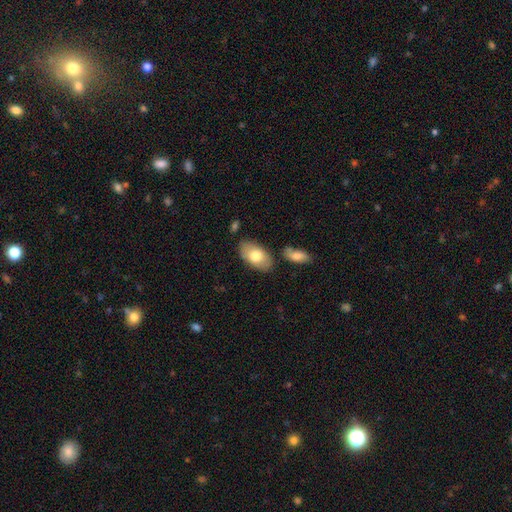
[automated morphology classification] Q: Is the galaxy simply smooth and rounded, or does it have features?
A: smooth — 73%.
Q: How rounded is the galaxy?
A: in between — 94%.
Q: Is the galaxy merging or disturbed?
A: none — 78%.